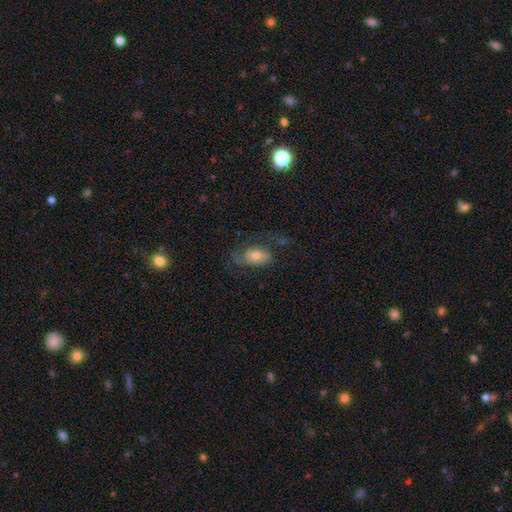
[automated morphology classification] type=featured or disk (54%); edge-on=no (93%); bar=no (75%); spiral arms=yes (75%); bulge=moderate (69%); merging=none (50%).